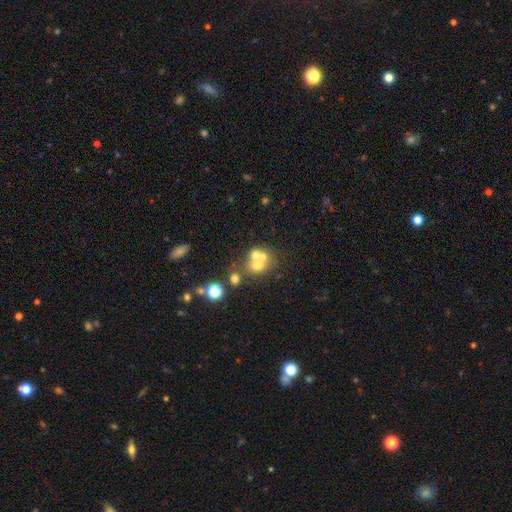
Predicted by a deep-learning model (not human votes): Smooth or featured: smooth — 53% (featured or disk — 30%)
How rounded: round — 72% (in between — 27%)
Merging: merger — 53% (none — 34%)